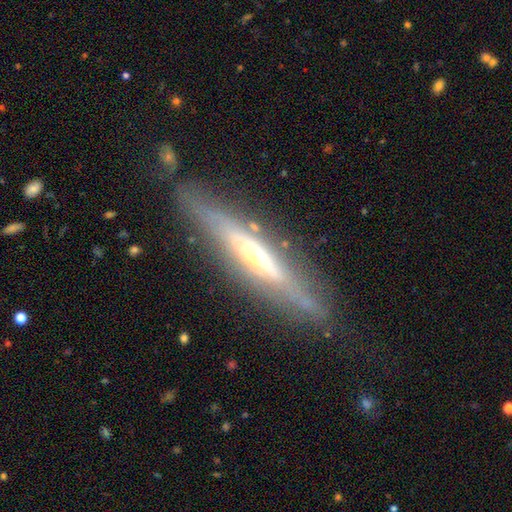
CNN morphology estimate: This is likely a featured or disk galaxy (76%). It is clearly viewed edge-on (85%). Edge-on bulge: likely rounded (65%). Merging: likely none (80%).